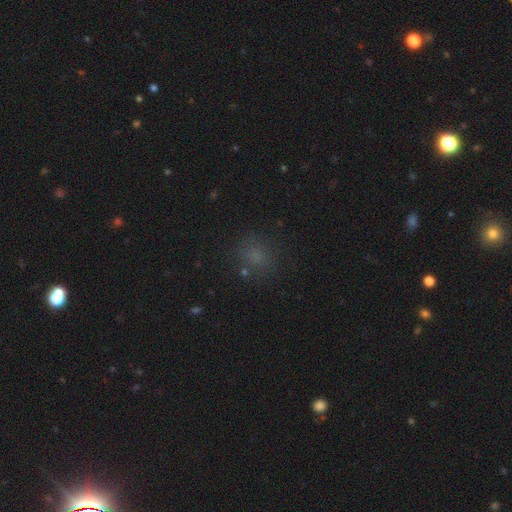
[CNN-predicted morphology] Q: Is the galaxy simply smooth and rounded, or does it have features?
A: smooth — 66%.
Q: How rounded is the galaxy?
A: round — 75%.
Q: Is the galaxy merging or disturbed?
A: none — 79%.